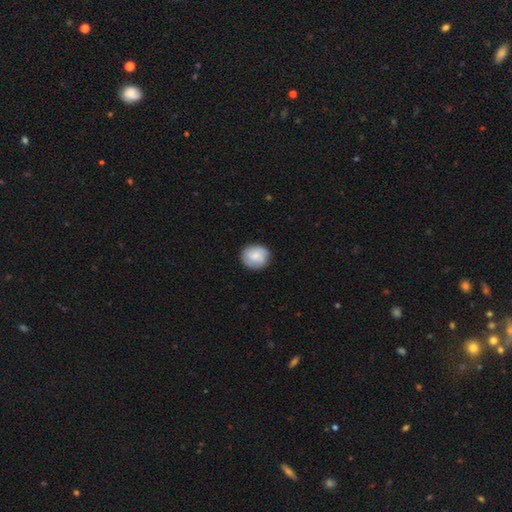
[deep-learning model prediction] The model was most divided on "smooth or featured": smooth: 75%, featured or disk: 18%, star or artifact: 6%. More confident: how rounded — round (84%); merging — none (84%).